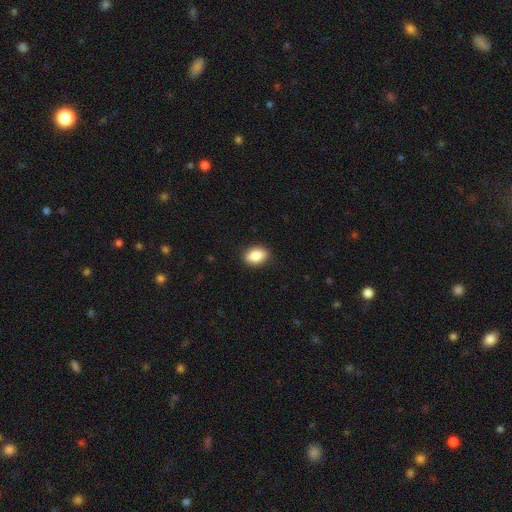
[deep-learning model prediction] smooth-or-featured: smooth: 85% | featured or disk: 8% | star or artifact: 8%
  how-rounded: in between: 81% | round: 17% | cigar-shaped: 2%
  merging: none: 88% | minor disturbance: 9% | major disturbance: 2% | merger: 1%